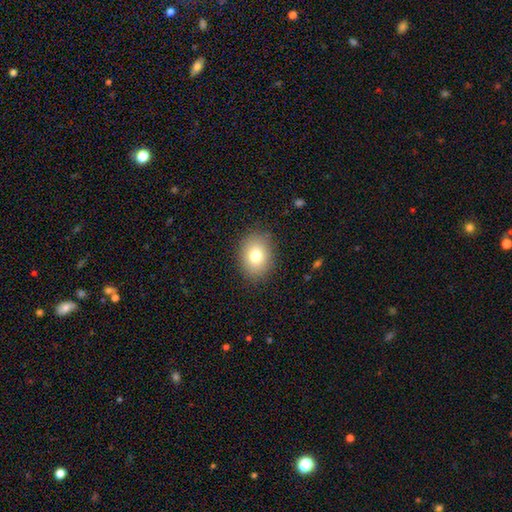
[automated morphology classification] smooth 78%, featured or disk 11%, star or artifact 11%. Down the decision tree: how rounded — in between (62%); merging — none (87%).